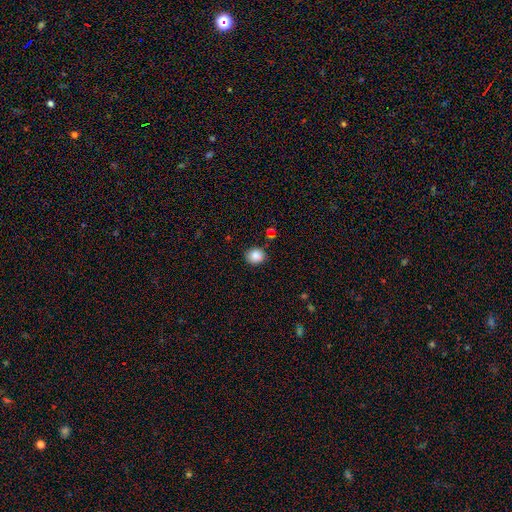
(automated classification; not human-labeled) Morphology: type=smooth (86%); roundness=round (75%); merging=none (85%).